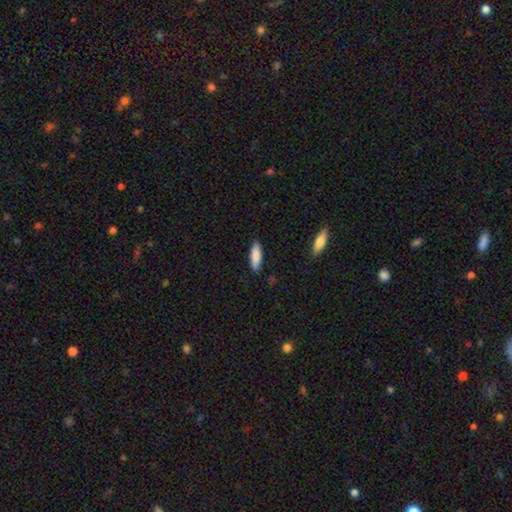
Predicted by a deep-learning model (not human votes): Morphology: type=smooth (87%); roundness=in between (51%); merging=none (86%).